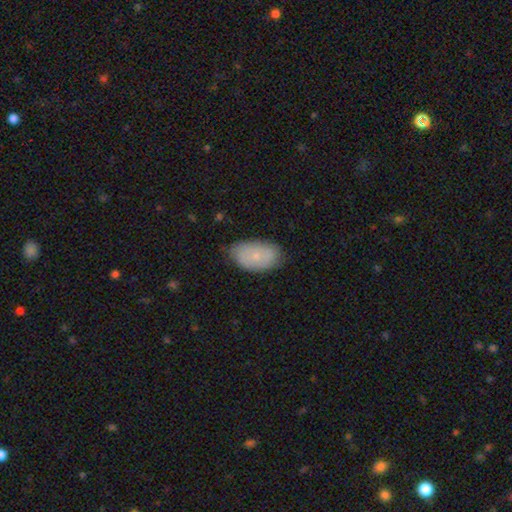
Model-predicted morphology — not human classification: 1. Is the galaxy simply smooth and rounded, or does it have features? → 73% smooth, 21% featured or disk, 7% star or artifact.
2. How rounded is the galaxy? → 92% in between, 6% round, 1% cigar-shaped.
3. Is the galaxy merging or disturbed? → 70% none, 24% minor disturbance, 4% major disturbance, 1% merger.